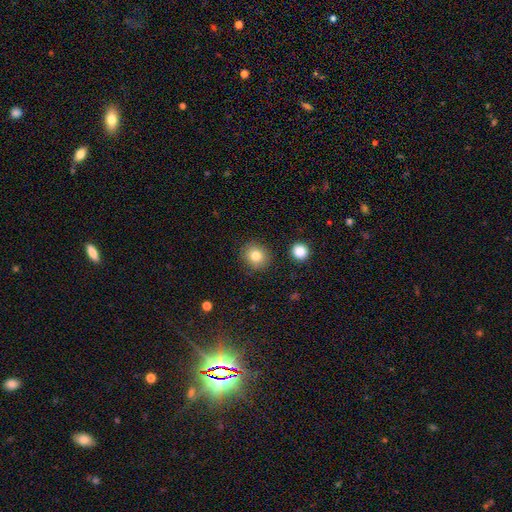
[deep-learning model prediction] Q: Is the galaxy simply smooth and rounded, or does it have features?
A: smooth — 81%.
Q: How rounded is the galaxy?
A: round — 84%.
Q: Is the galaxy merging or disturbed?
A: none — 87%.